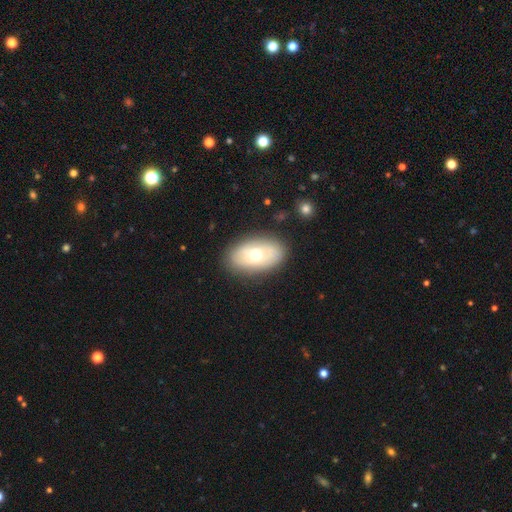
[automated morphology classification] Smooth or featured: smooth — 50% (featured or disk — 42%)
How rounded: in between — 90% (round — 8%)
Merging: none — 82% (minor disturbance — 12%)